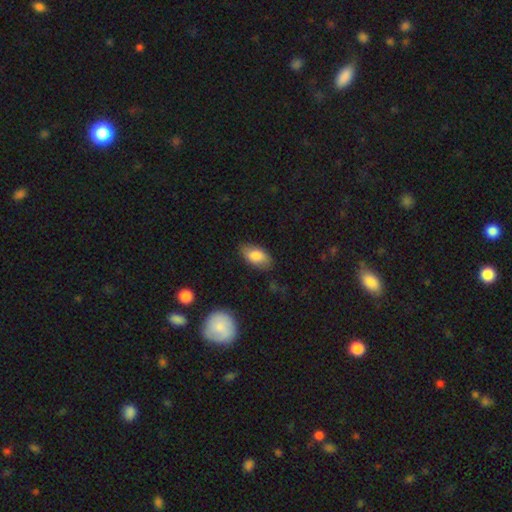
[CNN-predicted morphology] A smooth galaxy with no disk features (83%) that is in between round and cigar-shaped (93%). Merging: none (78%).